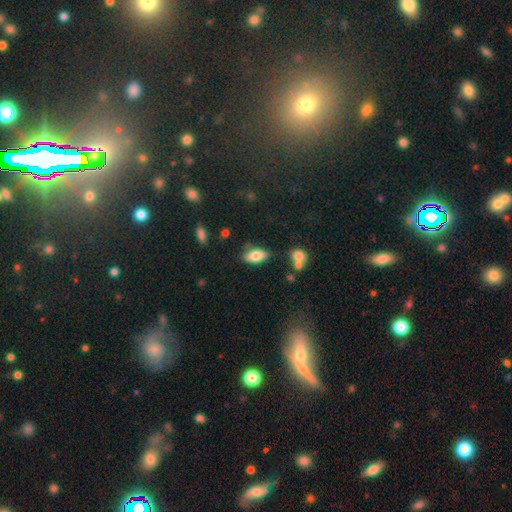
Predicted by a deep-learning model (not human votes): smooth_or_featured: smooth (p=0.79) [alt: featured or disk p=0.14]
how_rounded: in between (p=0.89) [alt: cigar-shaped p=0.08]
merging: none (p=0.71) [alt: minor disturbance p=0.19]